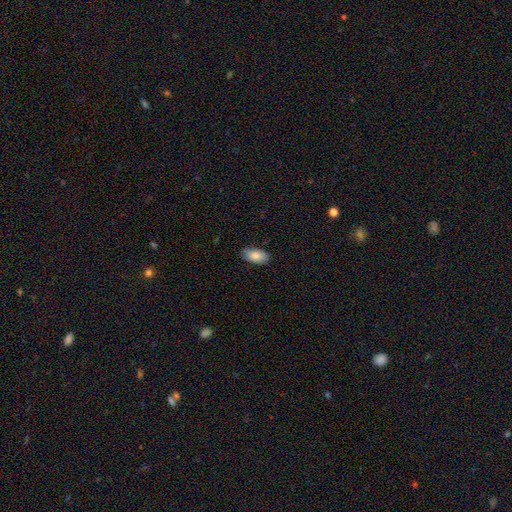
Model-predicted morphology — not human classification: smooth 85%, featured or disk 9%, star or artifact 6%. Down the decision tree: how rounded — in between (93%); merging — none (83%).